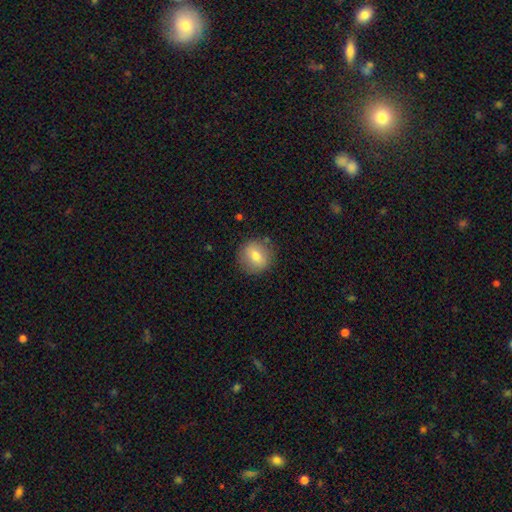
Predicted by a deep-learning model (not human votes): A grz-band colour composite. It shows a smooth galaxy with no disk features (73%) that is round (88%). Merging: none (86%).